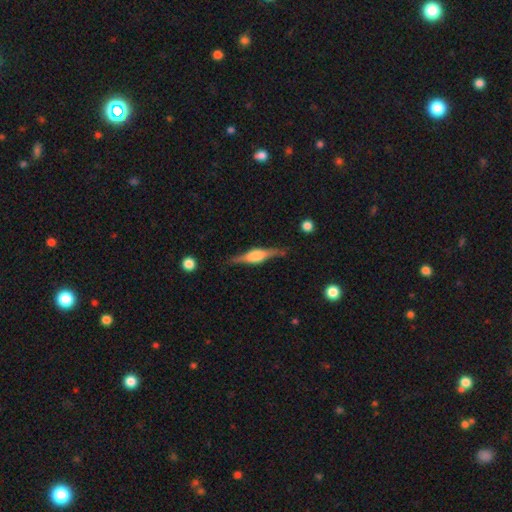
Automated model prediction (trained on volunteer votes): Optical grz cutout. It shows a featured or disk galaxy (76%) viewed edge-on (97%) with a rounded central bulge (77%). Merging: none (83%).